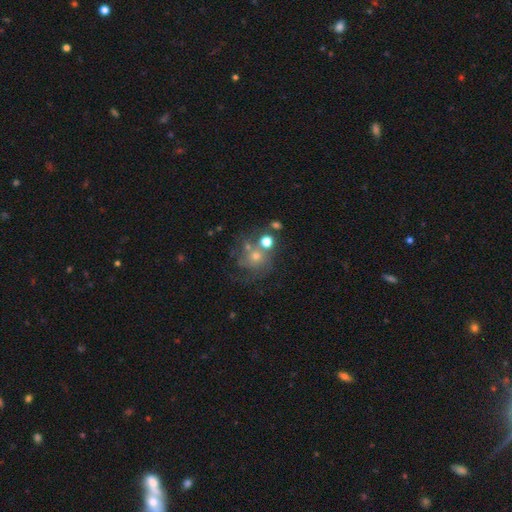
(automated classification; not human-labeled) Morphology: type=featured or disk (50%); merging=none (51%).